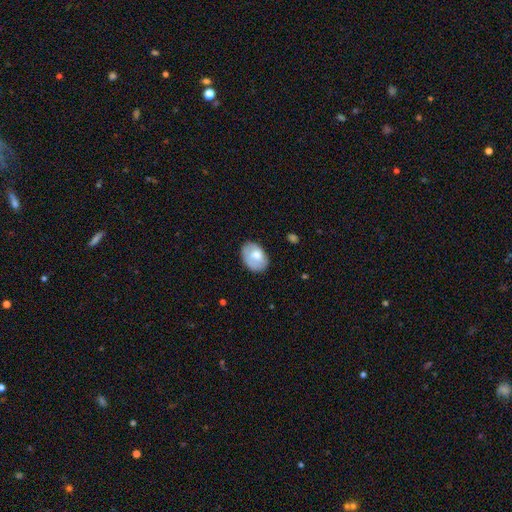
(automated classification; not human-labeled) A smooth galaxy with no disk features (68%) that is in between round and cigar-shaped (79%). Merging: none (69%).